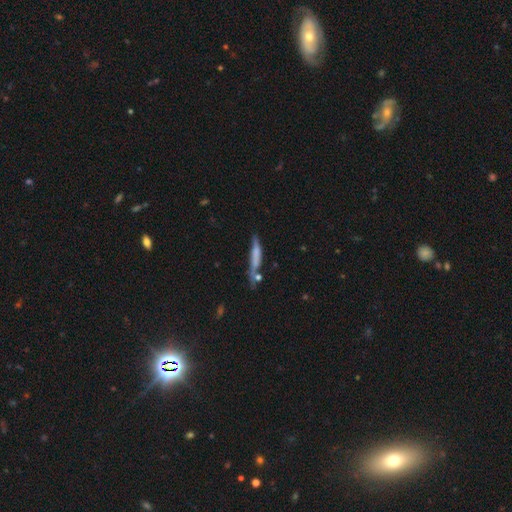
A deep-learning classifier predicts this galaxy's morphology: The model was most divided on "smooth or featured": smooth: 55%, featured or disk: 37%, star or artifact: 8%. Remaining: how rounded — cigar-shaped (90%); merging — none (50%).